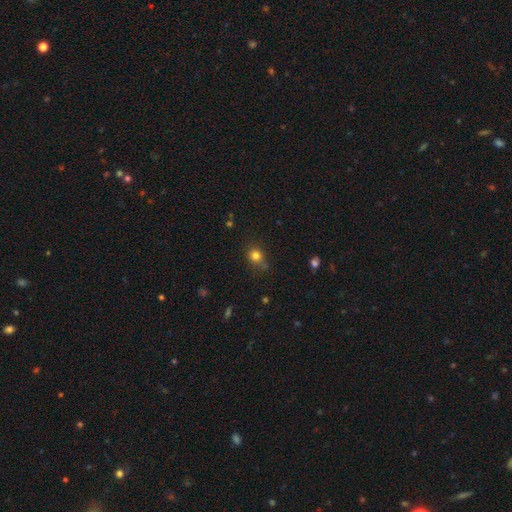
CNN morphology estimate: Overall: smooth (79%). How rounded: round (77%). Merging: none (62%; minor disturbance 25%).